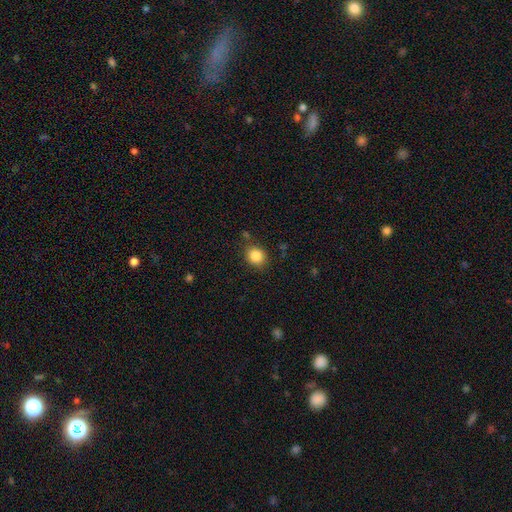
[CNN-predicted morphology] Smooth or featured? smooth (85%)
How rounded? round (72%)
Merging? none (82%)